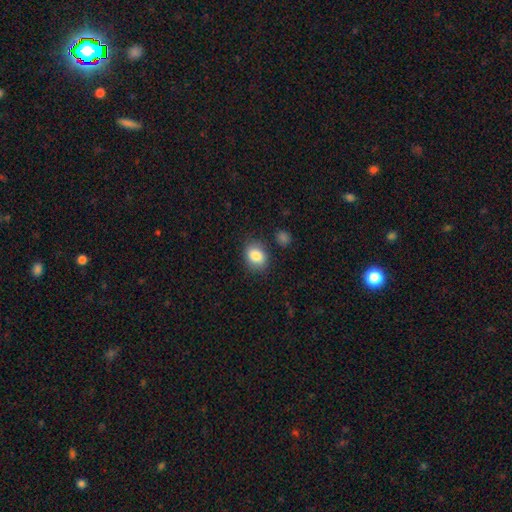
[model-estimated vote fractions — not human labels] Smooth or featured? Predicted: smooth (p=0.85). How rounded? Predicted: in between (p=0.64). Merging? Predicted: none (p=0.81).